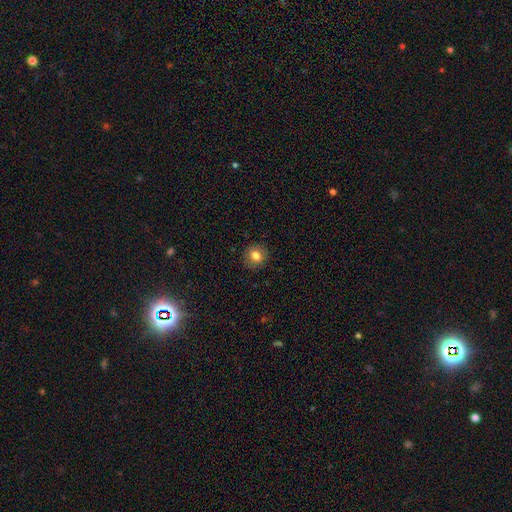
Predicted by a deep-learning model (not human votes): Smooth or featured? smooth (82%)
How rounded? round (86%)
Merging? none (89%)